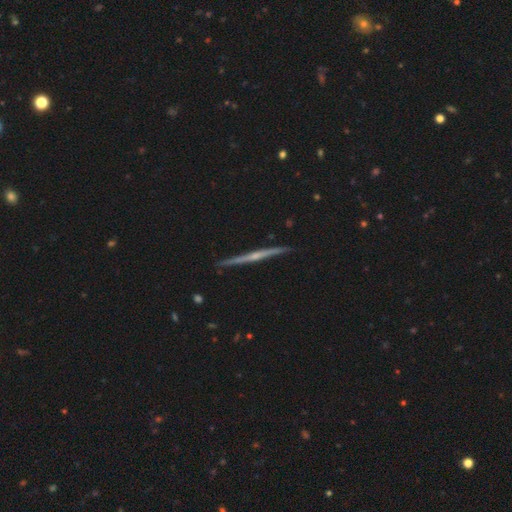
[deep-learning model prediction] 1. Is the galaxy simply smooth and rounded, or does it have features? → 77% featured or disk, 17% smooth, 6% star or artifact.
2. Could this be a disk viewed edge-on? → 98% yes, 2% no.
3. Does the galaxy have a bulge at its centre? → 51% rounded, 41% none, 8% boxy.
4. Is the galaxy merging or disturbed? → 91% none, 6% minor disturbance, 1% major disturbance, 1% merger.